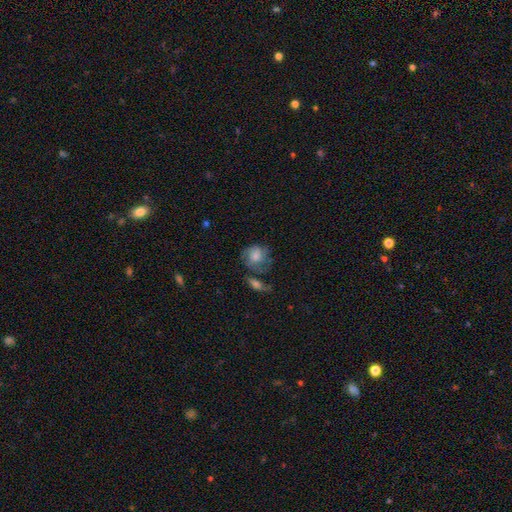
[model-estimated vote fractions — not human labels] Smooth or featured? smooth (53%)
How rounded? round (68%)
Merging? none (46%)